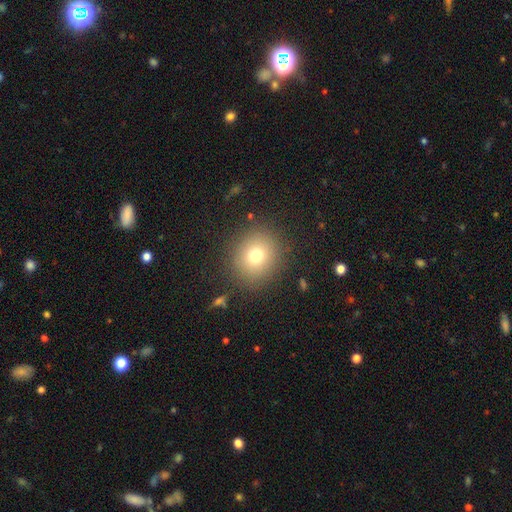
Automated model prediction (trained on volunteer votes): Smooth or featured?
  - smooth: 76% *
  - star or artifact: 13%
  - featured or disk: 11%
How rounded?
  - round: 83% *
  - in between: 16%
  - cigar-shaped: 1%
Merging?
  - none: 87% *
  - minor disturbance: 8%
  - major disturbance: 3%
  - merger: 2%